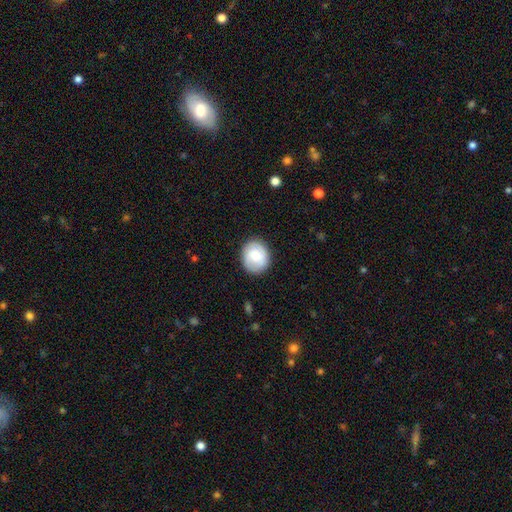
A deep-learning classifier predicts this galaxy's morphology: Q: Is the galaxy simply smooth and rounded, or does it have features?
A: smooth — 70%.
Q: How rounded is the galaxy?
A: round — 74%.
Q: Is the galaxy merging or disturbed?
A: none — 85%.